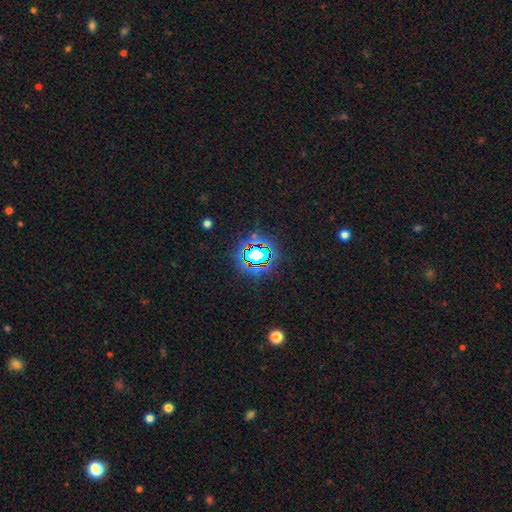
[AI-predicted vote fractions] star or artifact 70%, smooth 17%, featured or disk 13%.